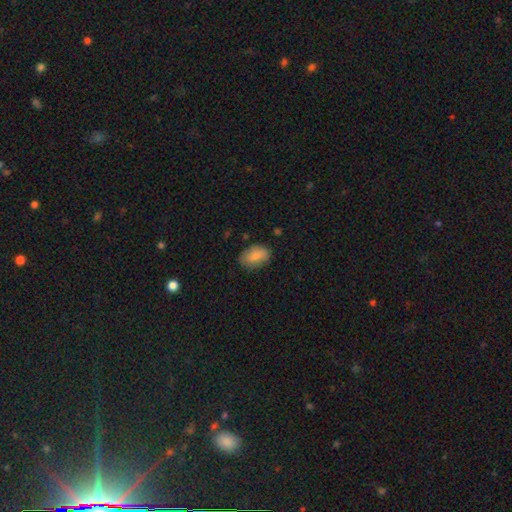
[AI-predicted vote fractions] This appears to be a smooth galaxy with no disk features (82%) that is in between round and cigar-shaped (89%). Merging: none (79%).